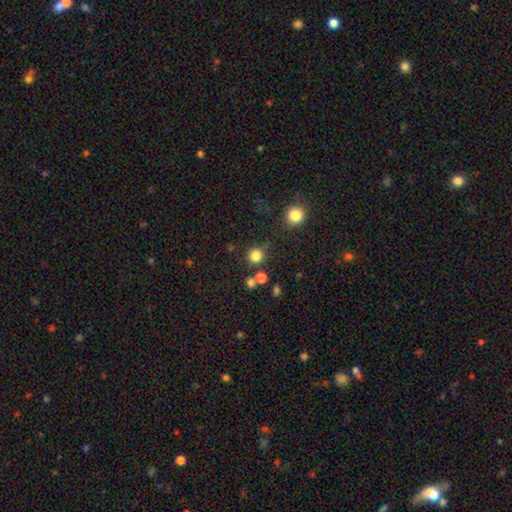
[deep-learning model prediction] Overall: smooth (81%). How rounded: round (93%). Merging: none (80%).